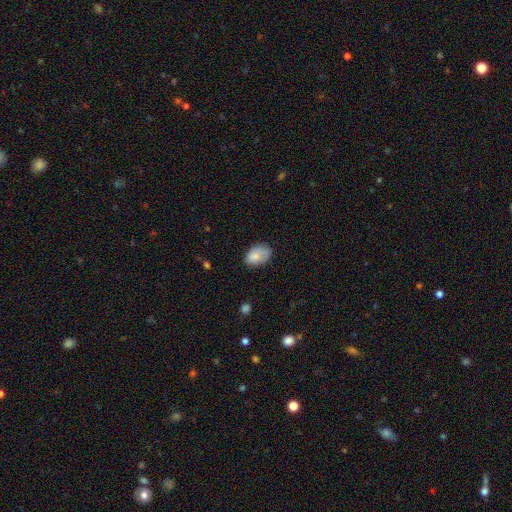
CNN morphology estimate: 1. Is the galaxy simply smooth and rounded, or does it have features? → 82% smooth, 11% featured or disk, 7% star or artifact.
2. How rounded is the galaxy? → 87% in between, 12% round, 1% cigar-shaped.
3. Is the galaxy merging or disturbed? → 65% none, 26% minor disturbance, 7% major disturbance, 2% merger.